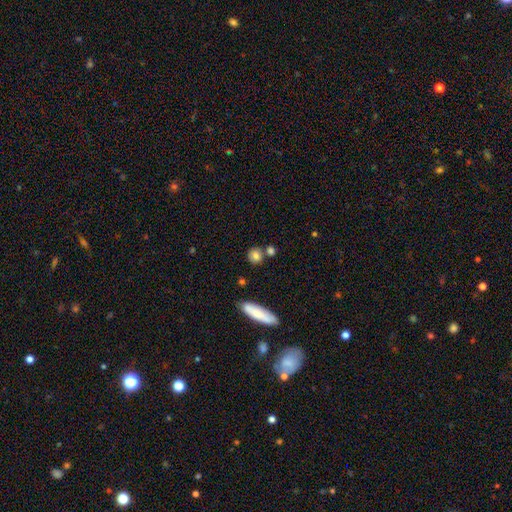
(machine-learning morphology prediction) Q: Smooth or featured?
A: smooth (82%); runner-up: star or artifact (10%)
Q: How rounded?
A: round (78%); runner-up: in between (18%)
Q: Merging?
A: none (69%); runner-up: merger (17%)